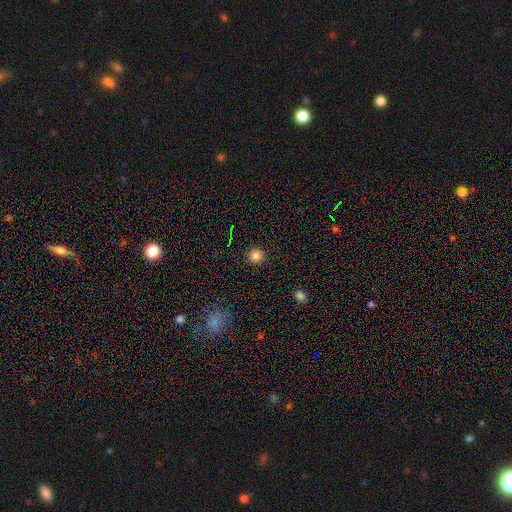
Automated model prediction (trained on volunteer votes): This is clearly a smooth galaxy (83%). How rounded: clearly round (92%). Merging: clearly none (90%).